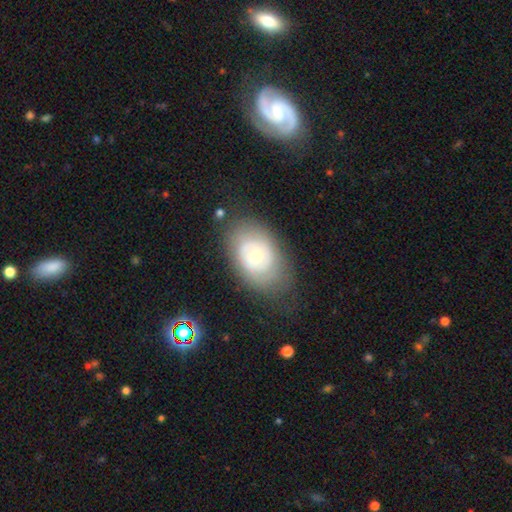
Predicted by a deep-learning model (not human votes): Overall: featured or disk (61%; smooth 32%). Edge-on disk: no (94%). Bar: no (82%). Spiral arms: yes (54%; no 46%). Bulge size: moderate (62%; small 32%). Merging: none (70%).